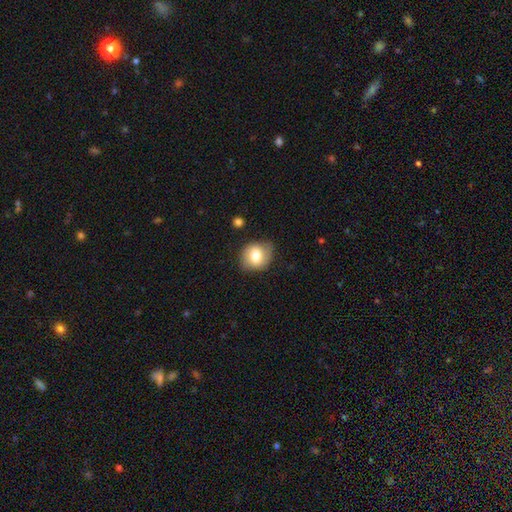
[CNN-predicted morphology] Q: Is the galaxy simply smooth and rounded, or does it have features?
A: smooth — 74%.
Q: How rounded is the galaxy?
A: round — 62%.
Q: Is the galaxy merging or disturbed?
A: none — 76%.